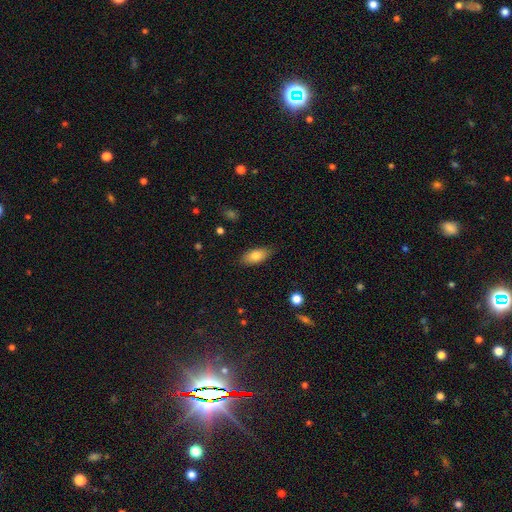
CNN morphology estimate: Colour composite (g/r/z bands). It shows a smooth galaxy with no disk features (79%) that is in between round and cigar-shaped (86%). Merging: none (83%).